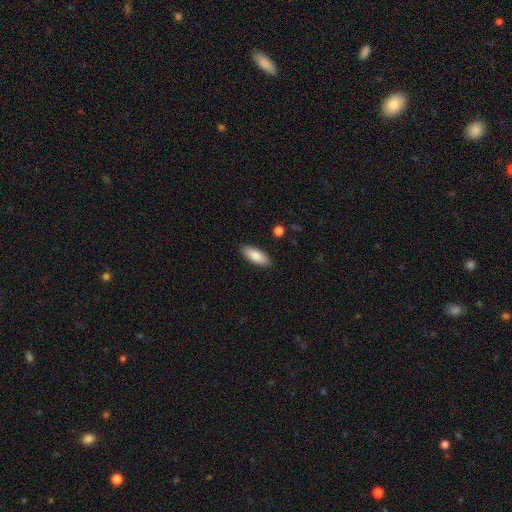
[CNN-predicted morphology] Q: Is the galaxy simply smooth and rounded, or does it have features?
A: smooth — 85%.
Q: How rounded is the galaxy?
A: in between — 75%.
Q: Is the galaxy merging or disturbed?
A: none — 88%.